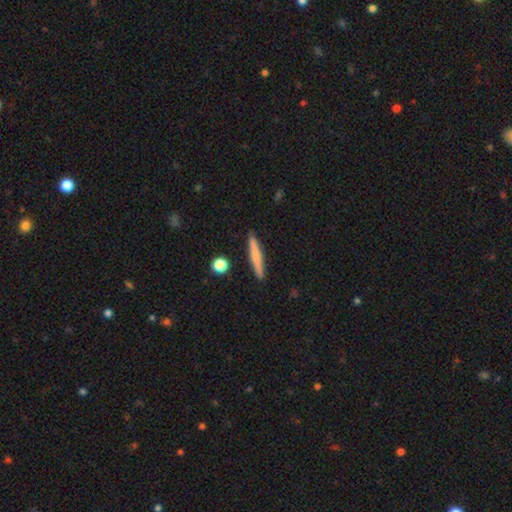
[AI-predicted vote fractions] smooth_or_featured: smooth (p=0.64) [alt: featured or disk p=0.30]
how_rounded: cigar-shaped (p=0.94) [alt: in between p=0.04]
merging: none (p=0.90) [alt: minor disturbance p=0.06]